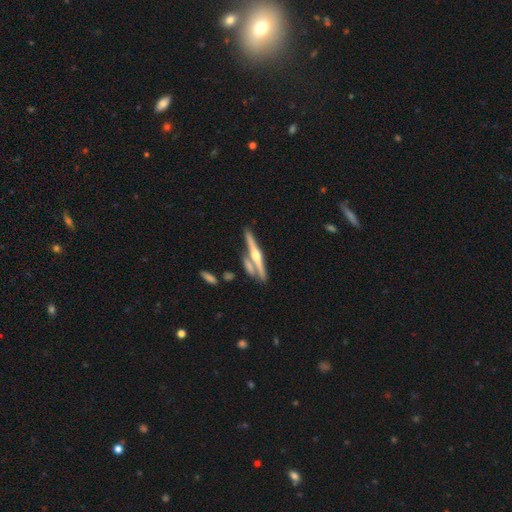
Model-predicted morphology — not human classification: featured or disk 73%, smooth 20%, star or artifact 6%. Down the decision tree: edge-on disk — yes (97%); edge-on bulge — rounded (90%); merging — none (65%).